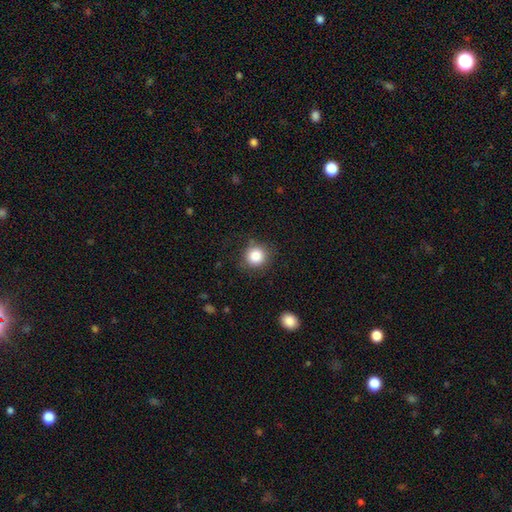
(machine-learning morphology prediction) A smooth galaxy with no disk features (84%) that is round (90%). Merging: none (84%).